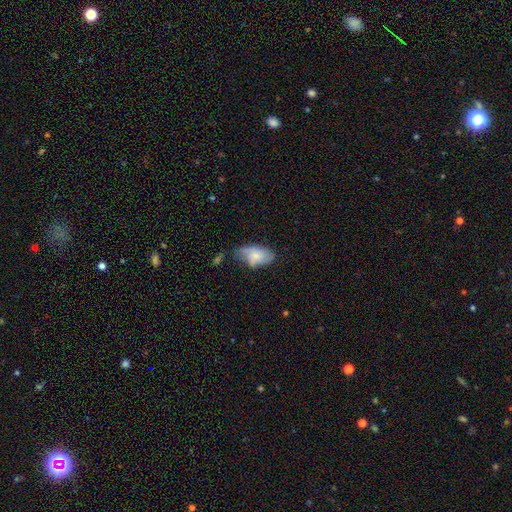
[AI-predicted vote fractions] Smooth or featured? Predicted: smooth (p=0.55). How rounded? Predicted: in between (p=0.92). Merging? Predicted: none (p=0.42).